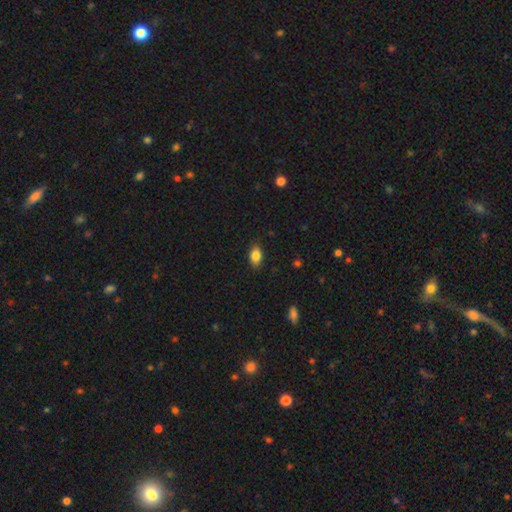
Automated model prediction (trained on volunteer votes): Smooth or featured? smooth (85%)
How rounded? in between (88%)
Merging? none (86%)